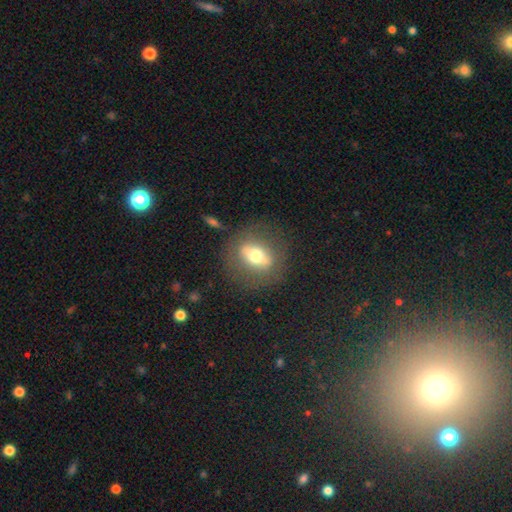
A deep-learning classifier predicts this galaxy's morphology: The model was most divided on "smooth or featured": featured or disk: 47%, smooth: 43%, star or artifact: 10%. More confident: merging — none (81%).